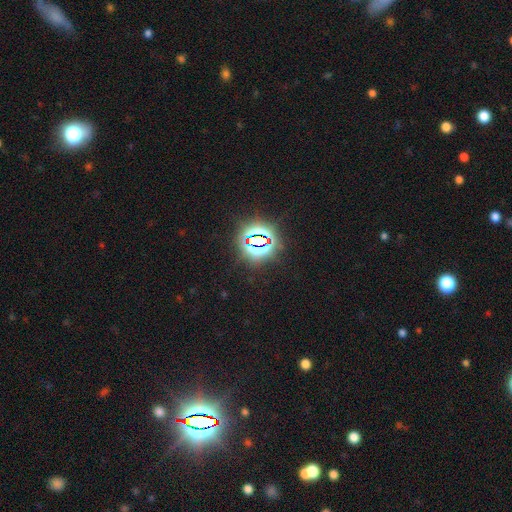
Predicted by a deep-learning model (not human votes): smooth_or_featured: star or artifact (p=0.81) [alt: smooth p=0.13]